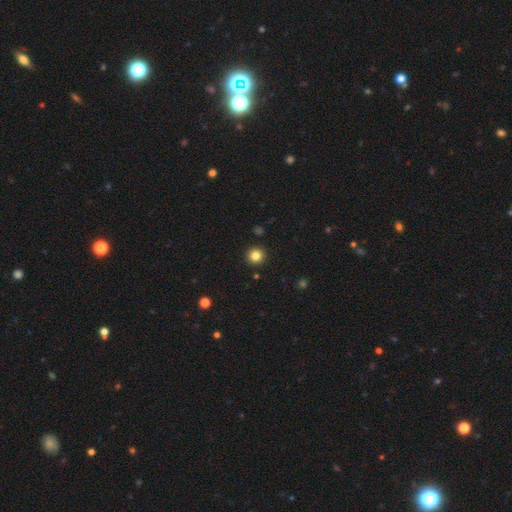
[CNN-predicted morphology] Smooth or featured? Predicted: smooth (p=0.83). How rounded? Predicted: round (p=0.95). Merging? Predicted: none (p=0.92).